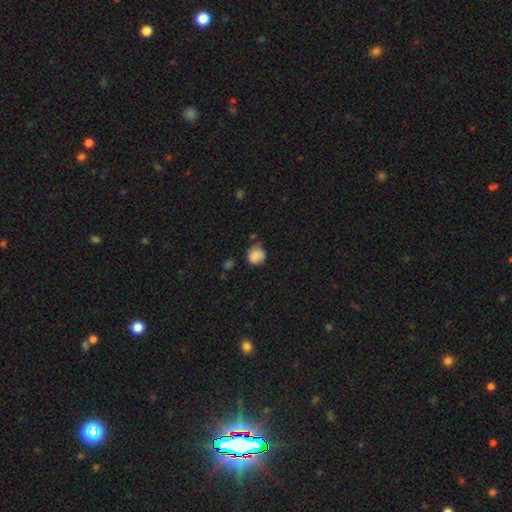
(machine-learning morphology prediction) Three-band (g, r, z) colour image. It shows a smooth galaxy with no disk features (83%) that is round (79%). Merging: none (61%).